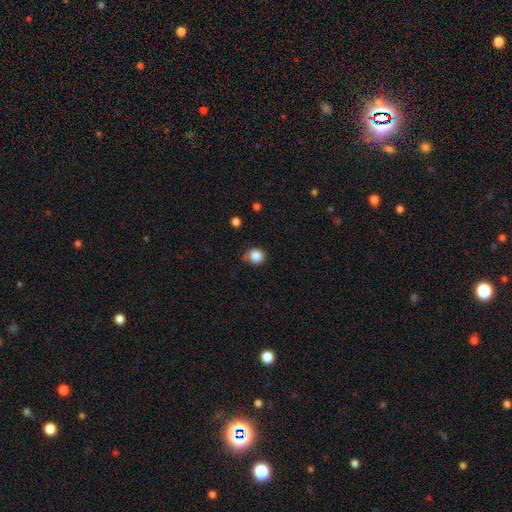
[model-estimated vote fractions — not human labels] smooth-or-featured: smooth: 85% | star or artifact: 10% | featured or disk: 4%
  how-rounded: round: 83% | in between: 17% | cigar-shaped: 1%
  merging: none: 69% | minor disturbance: 24% | major disturbance: 4% | merger: 2%